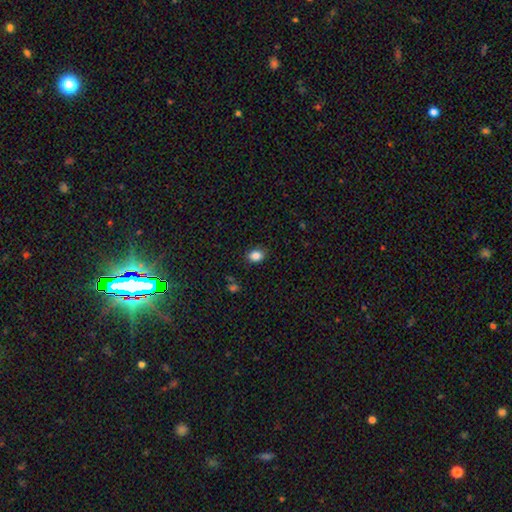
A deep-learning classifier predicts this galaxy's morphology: Smooth or featured: smooth — 86% (star or artifact — 10%)
How rounded: in between — 66% (round — 33%)
Merging: none — 86% (minor disturbance — 10%)